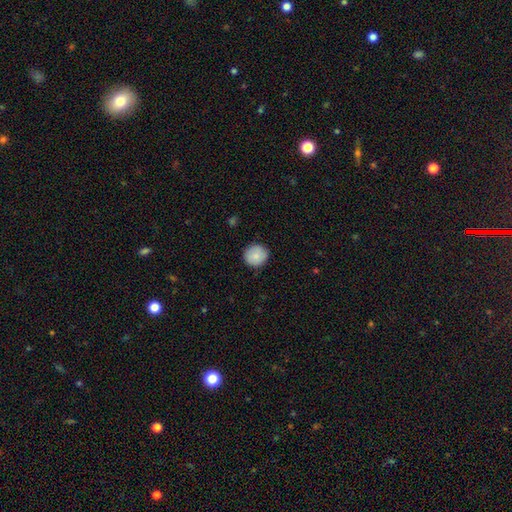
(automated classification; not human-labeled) Morphology: type=smooth (84%); roundness=round (92%); merging=none (87%).